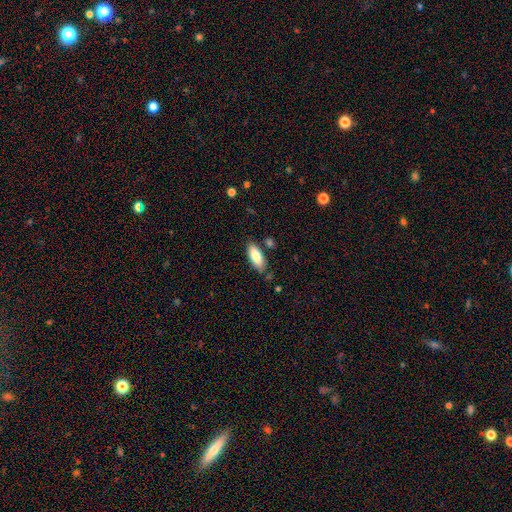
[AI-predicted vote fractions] Morphology: type=smooth (84%); roundness=in between (77%); merging=none (80%).